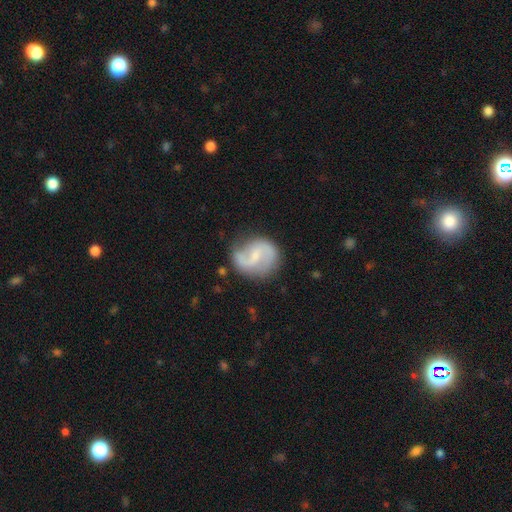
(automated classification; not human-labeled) smooth-or-featured: featured or disk: 79% | smooth: 15% | star or artifact: 6%
  disk-edge-on: no: 98% | yes: 2%
    bar: weak: 52% | no: 30% | strong: 17%
    has-spiral-arms: yes: 94% | no: 6%
      spiral-winding: medium: 46% | loose: 40% | tight: 15%
      spiral-arm-count: 2: 87% | can't tell: 5% | 1: 5% | 3: 1% | 4: 1% | more than 4: 1%
    bulge-size: small: 56% | moderate: 24% | none: 17% | large: 2% | dominant: 1%
  merging: none: 72% | minor disturbance: 19% | major disturbance: 7% | merger: 2%